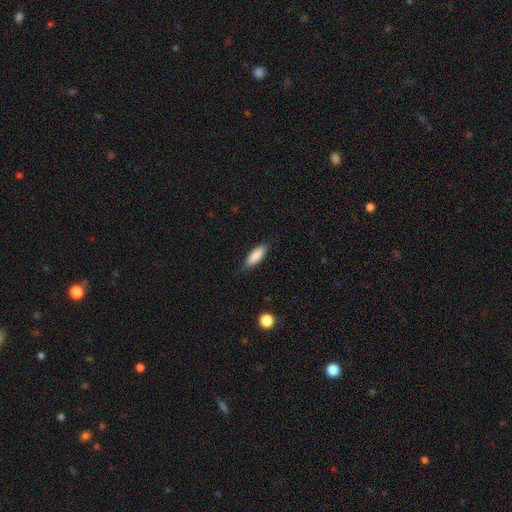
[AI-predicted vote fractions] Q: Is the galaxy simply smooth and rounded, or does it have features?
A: smooth — 87%.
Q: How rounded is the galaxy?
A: in between — 60%.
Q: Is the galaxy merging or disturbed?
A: none — 84%.